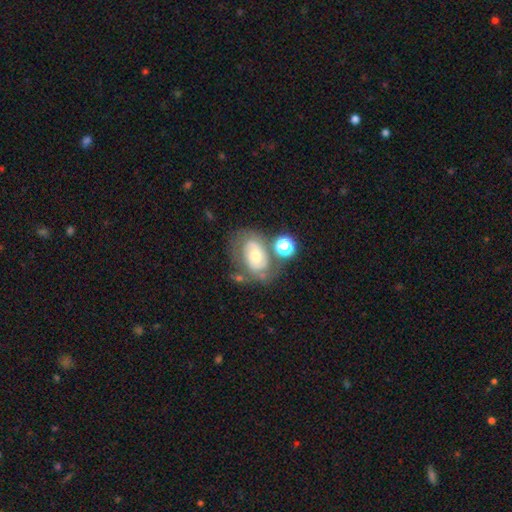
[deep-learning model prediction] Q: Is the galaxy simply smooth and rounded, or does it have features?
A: featured or disk — 55%.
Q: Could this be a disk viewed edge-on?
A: no — 95%.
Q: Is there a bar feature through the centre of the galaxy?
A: no — 73%.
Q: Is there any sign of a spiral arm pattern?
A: yes — 51%.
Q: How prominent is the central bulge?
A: moderate — 56%.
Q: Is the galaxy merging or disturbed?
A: none — 50%.